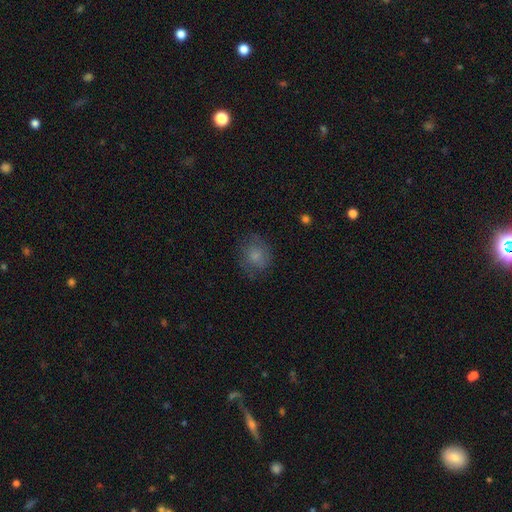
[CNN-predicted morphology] This appears to be a smooth galaxy with no disk features (68%) that is round (68%). Merging: none (71%).